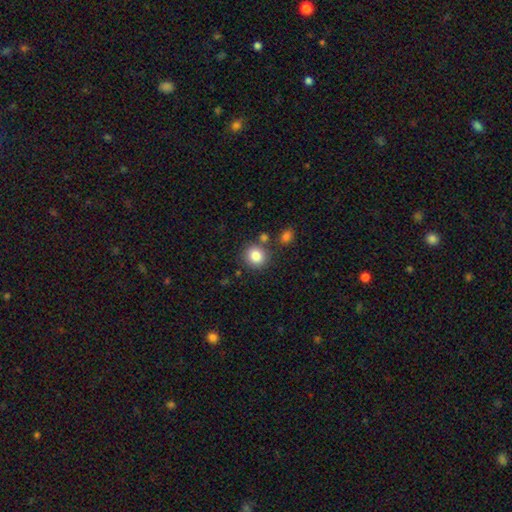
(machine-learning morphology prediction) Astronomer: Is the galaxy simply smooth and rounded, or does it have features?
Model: smooth — 84%.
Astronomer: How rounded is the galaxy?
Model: round — 88%.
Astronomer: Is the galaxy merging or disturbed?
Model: none — 78%.